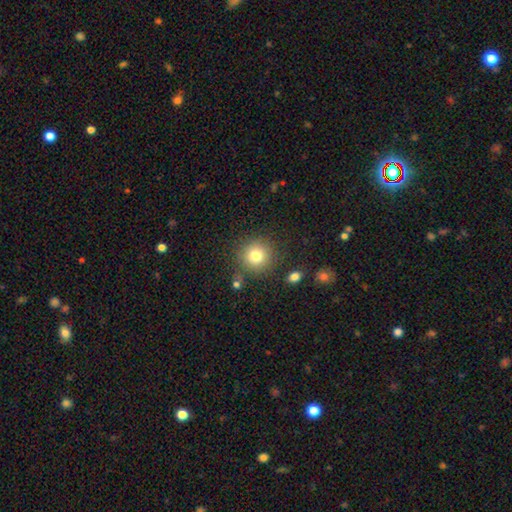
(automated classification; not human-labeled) smooth_or_featured: smooth (p=0.79) [alt: star or artifact p=0.11]
how_rounded: round (p=0.93) [alt: in between p=0.06]
merging: none (p=0.83) [alt: minor disturbance p=0.09]